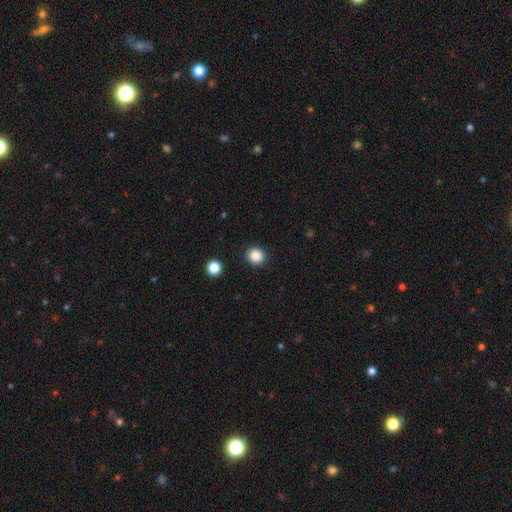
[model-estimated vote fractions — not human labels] Smooth or featured: smooth — 86% (star or artifact — 11%)
How rounded: round — 88% (in between — 11%)
Merging: none — 91% (minor disturbance — 6%)